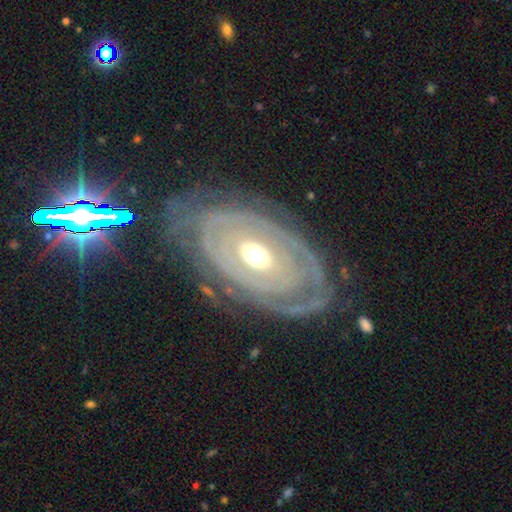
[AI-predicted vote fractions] The model was most divided on "spiral arm count": can't tell: 51%, 2: 19%, 3: 9%, 1: 7%, more than 4: 7%, 4: 6%. More confident: edge-on disk — no (93%); smooth or featured — featured or disk (82%); spiral winding — tight (79%); bar — no (78%); merging — none (72%); spiral arms — yes (68%); bulge size — moderate (67%).